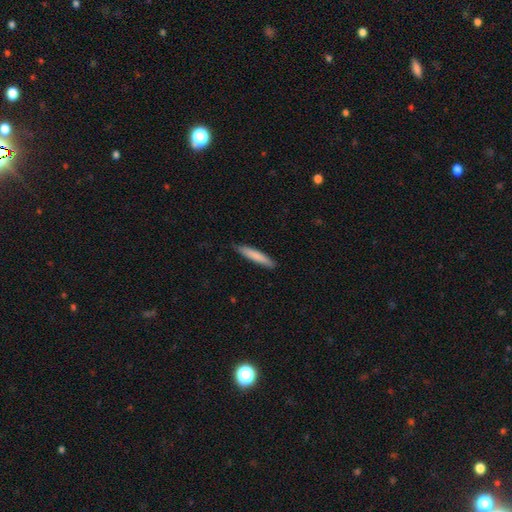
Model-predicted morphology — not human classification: Smooth or featured?
  - smooth: 79% *
  - featured or disk: 15%
  - star or artifact: 5%
How rounded?
  - cigar-shaped: 91% *
  - in between: 8%
  - round: 1%
Merging?
  - none: 85% *
  - minor disturbance: 12%
  - major disturbance: 2%
  - merger: 1%